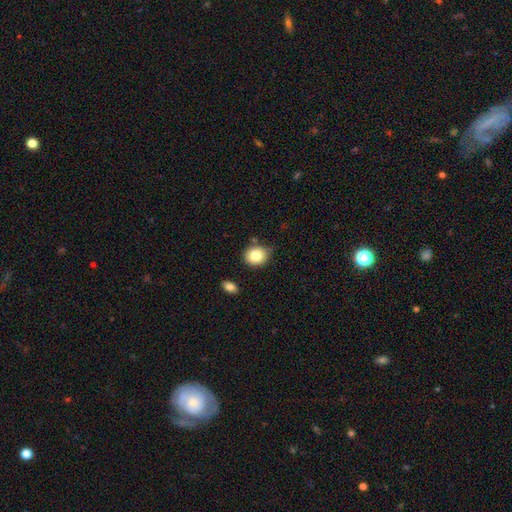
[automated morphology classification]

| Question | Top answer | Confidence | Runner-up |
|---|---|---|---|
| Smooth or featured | smooth | 83% | star or artifact (9%) |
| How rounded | round | 76% | in between (23%) |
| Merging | none | 75% | minor disturbance (16%) |